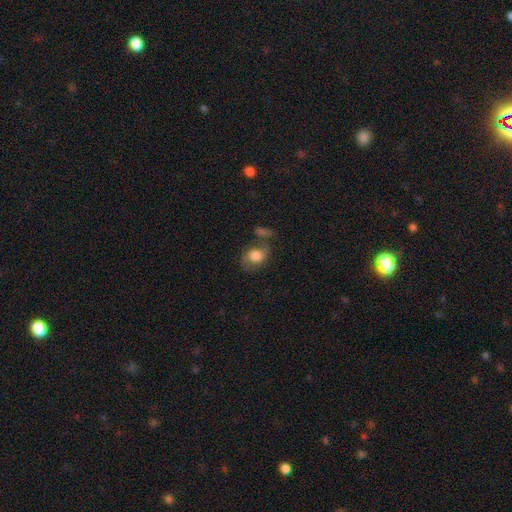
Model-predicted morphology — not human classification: smooth-or-featured: smooth: 63% | featured or disk: 29% | star or artifact: 9%
  how-rounded: in between: 62% | round: 36% | cigar-shaped: 2%
  merging: none: 48% | minor disturbance: 22% | merger: 16% | major disturbance: 13%